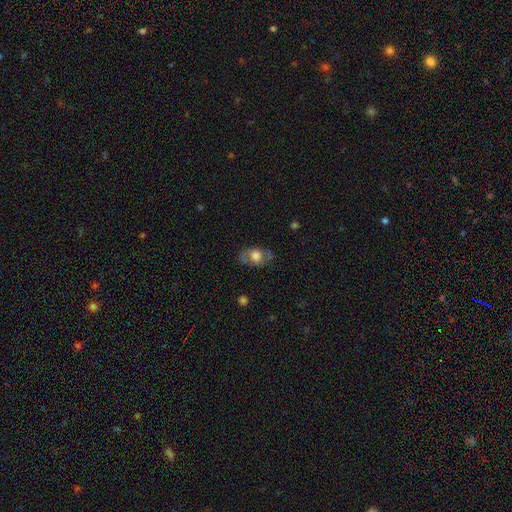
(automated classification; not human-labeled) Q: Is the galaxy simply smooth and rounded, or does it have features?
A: smooth — 51%.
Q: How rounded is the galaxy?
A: in between — 75%.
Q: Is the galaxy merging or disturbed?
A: none — 69%.